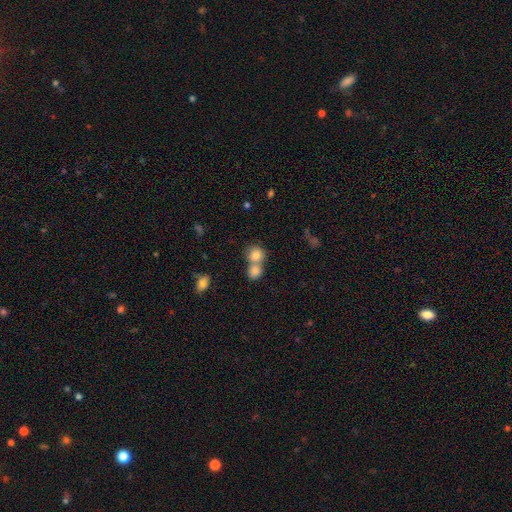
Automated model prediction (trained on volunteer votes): Q: Smooth or featured?
A: smooth (81%); runner-up: star or artifact (10%)
Q: How rounded?
A: round (81%); runner-up: in between (18%)
Q: Merging?
A: merger (53%); runner-up: none (38%)